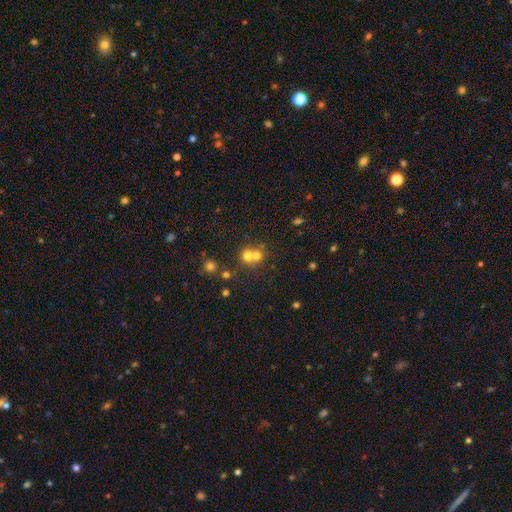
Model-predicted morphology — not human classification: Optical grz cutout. It shows a smooth galaxy with no disk features (66%) that is round (84%). Merging: merger (54%).